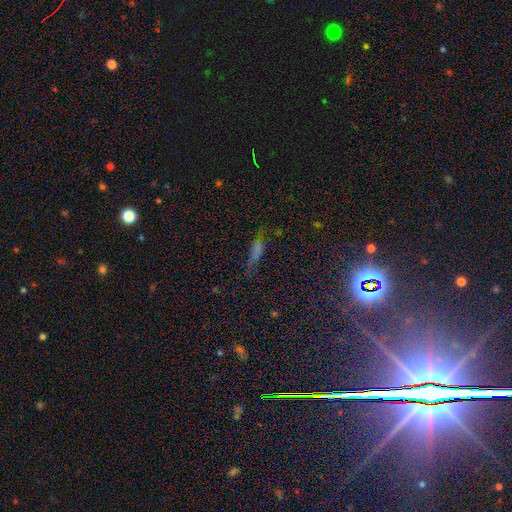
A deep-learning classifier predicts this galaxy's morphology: Smooth or featured? smooth (40%)
Merging? none (63%)